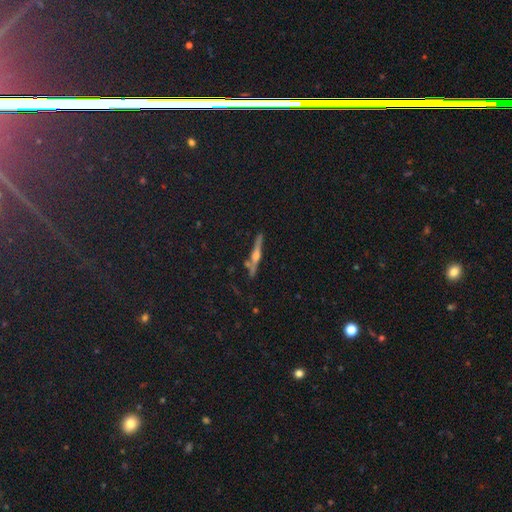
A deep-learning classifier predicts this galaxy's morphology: Smooth or featured? featured or disk (71%)
Edge-on disk? yes (96%)
Edge-on bulge? rounded (86%)
Merging? none (81%)